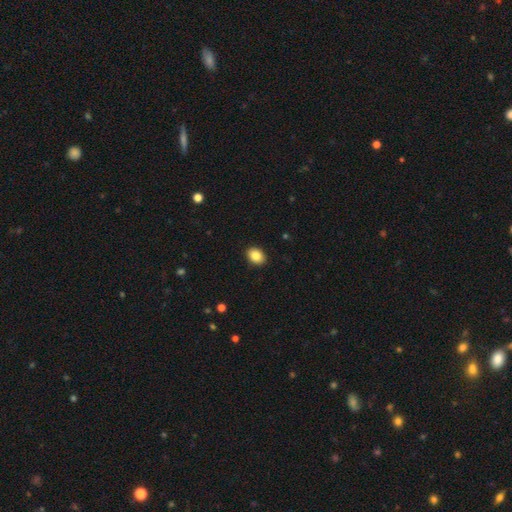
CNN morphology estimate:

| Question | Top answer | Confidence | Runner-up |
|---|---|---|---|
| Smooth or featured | smooth | 86% | star or artifact (8%) |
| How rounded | in between | 70% | round (29%) |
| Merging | none | 91% | minor disturbance (7%) |